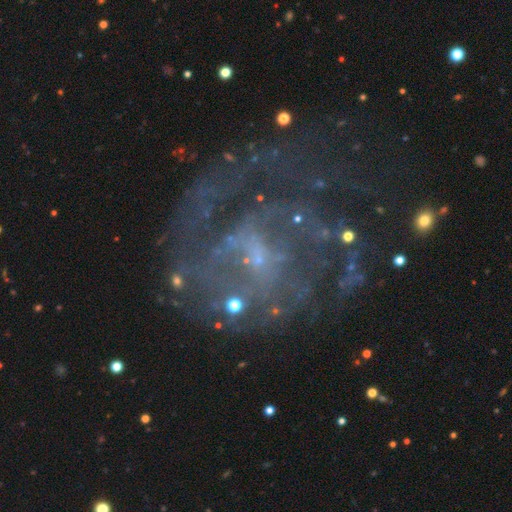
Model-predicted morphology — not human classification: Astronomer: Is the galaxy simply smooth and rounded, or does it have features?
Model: featured or disk — 74%.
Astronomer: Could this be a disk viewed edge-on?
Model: no — 98%.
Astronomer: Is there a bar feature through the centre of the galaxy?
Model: no — 59%.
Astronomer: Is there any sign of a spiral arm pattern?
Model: yes — 66%.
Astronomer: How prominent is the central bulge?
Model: small — 57%.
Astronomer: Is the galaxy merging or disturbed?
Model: none — 48% (runner-up: major disturbance, 31%).